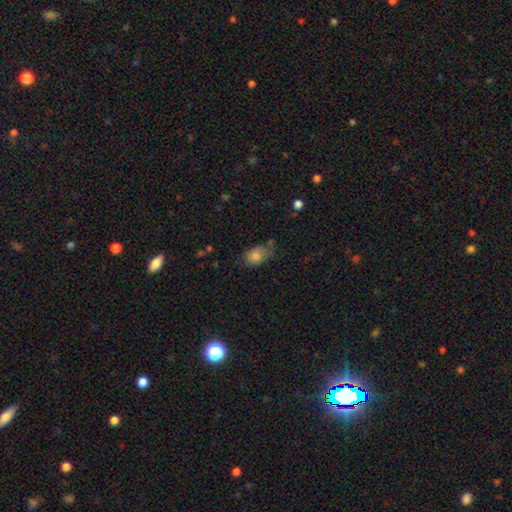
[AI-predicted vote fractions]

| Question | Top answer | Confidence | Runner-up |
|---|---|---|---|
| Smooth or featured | smooth | 79% | star or artifact (12%) |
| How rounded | in between | 77% | round (21%) |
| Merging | none | 52% | minor disturbance (32%) |